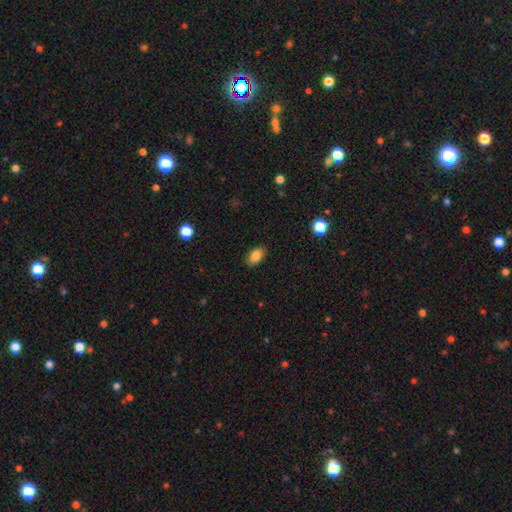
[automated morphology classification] This appears to be a smooth galaxy with no disk features (85%) that is in between round and cigar-shaped (90%). Merging: none (86%).